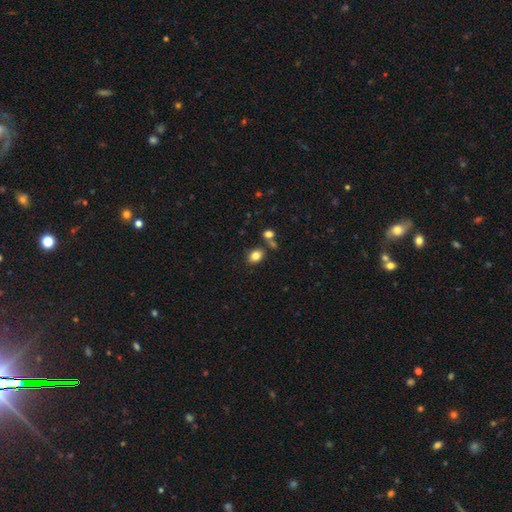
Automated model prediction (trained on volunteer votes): This is clearly a smooth galaxy (83%). How rounded: possibly in between (58%). Merging: likely none (74%).